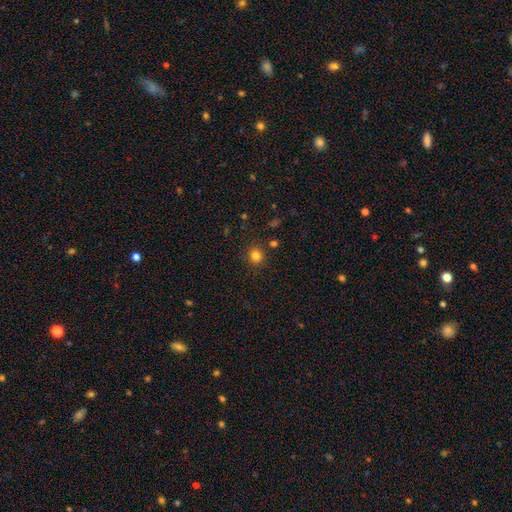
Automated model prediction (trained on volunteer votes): Smooth or featured: smooth — 81% (star or artifact — 14%)
How rounded: round — 87% (in between — 12%)
Merging: none — 88% (minor disturbance — 7%)